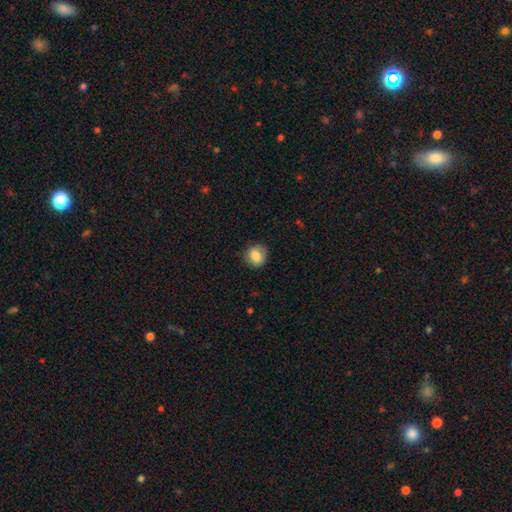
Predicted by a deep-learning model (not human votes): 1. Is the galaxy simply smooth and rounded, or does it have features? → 83% smooth, 9% star or artifact, 8% featured or disk.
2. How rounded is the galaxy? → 72% round, 27% in between, 1% cigar-shaped.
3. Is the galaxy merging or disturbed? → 81% none, 14% minor disturbance, 3% major disturbance, 1% merger.